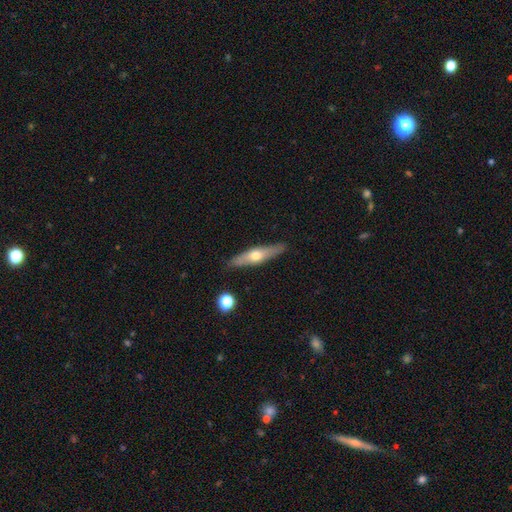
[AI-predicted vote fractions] Smooth or featured: featured or disk — 55% (smooth — 39%)
Edge-on disk: yes — 90% (no — 10%)
Merging: none — 88% (minor disturbance — 9%)